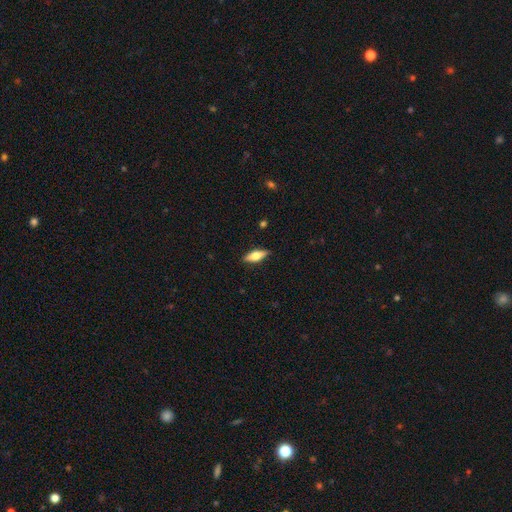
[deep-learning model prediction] This is likely a smooth galaxy (60%). How rounded: likely in between (67%). Merging: clearly none (88%).